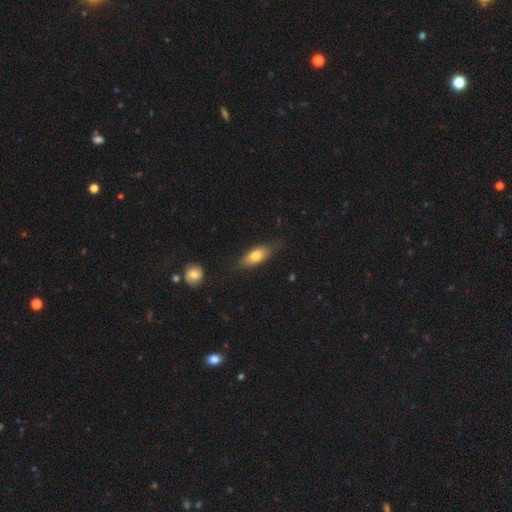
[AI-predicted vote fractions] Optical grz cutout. It shows a smooth galaxy with no disk features (72%) that is in between round and cigar-shaped (76%). Merging: none (73%).